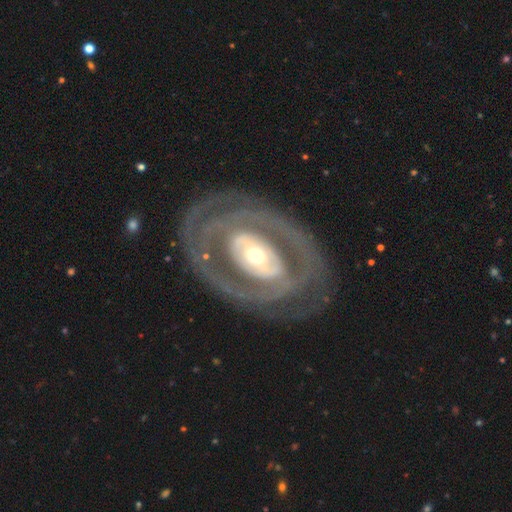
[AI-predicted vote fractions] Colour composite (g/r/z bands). It shows a featured or disk galaxy (84%) with no bar (47%), 2 (42%) tight (66%) spiral arms (68%) and a moderate central bulge (54%). Merging: none (77%).